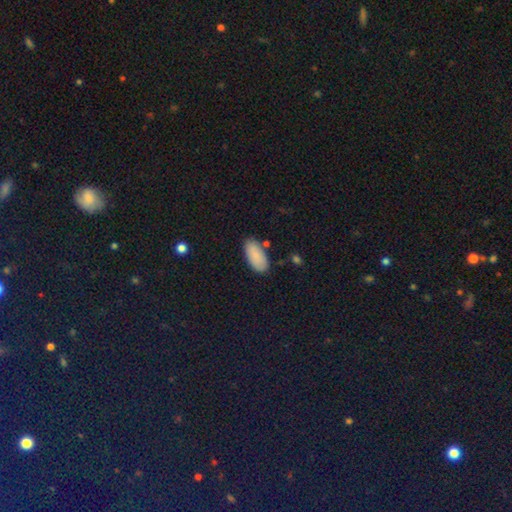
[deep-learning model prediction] Smooth or featured? Predicted: smooth (p=0.85). How rounded? Predicted: in between (p=0.93). Merging? Predicted: none (p=0.80).